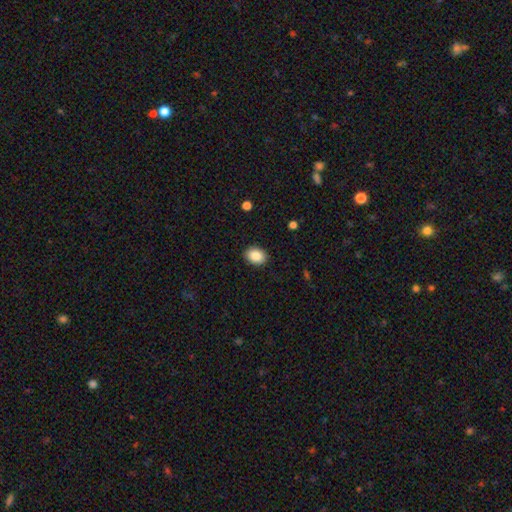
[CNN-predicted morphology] Smooth or featured: smooth — 88% (star or artifact — 8%)
How rounded: in between — 68% (round — 31%)
Merging: none — 90% (minor disturbance — 8%)